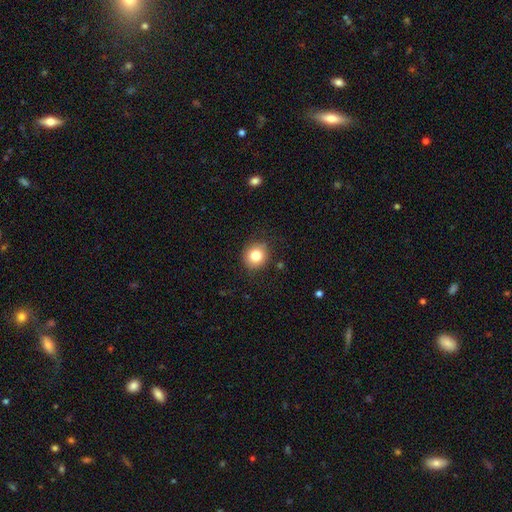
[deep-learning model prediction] Overall: smooth (81%). How rounded: round (87%). Merging: none (86%).